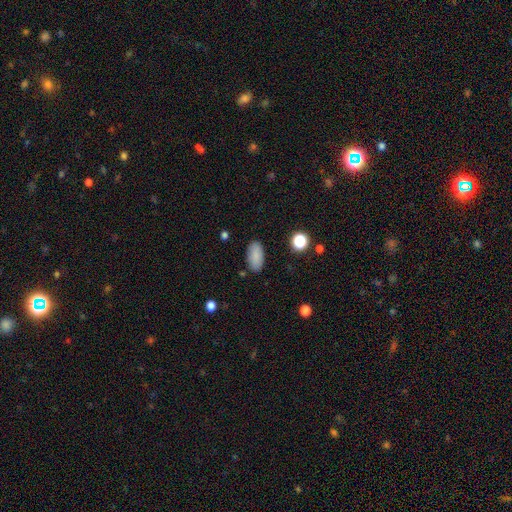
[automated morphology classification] Smooth or featured: smooth — 87% (star or artifact — 8%)
How rounded: in between — 92% (cigar-shaped — 5%)
Merging: none — 86% (minor disturbance — 10%)